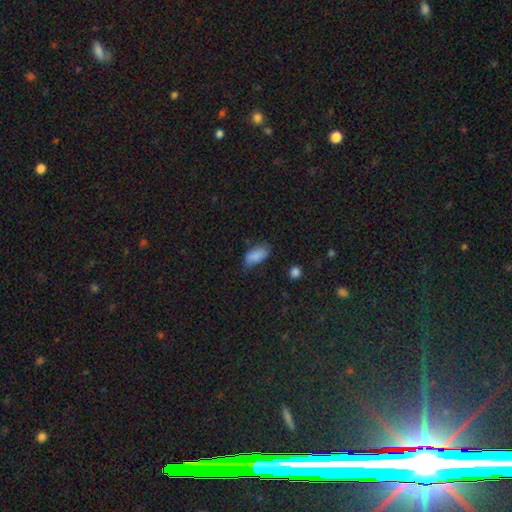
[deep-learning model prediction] Smooth or featured? Predicted: smooth (p=0.85). How rounded? Predicted: in between (p=0.91). Merging? Predicted: none (p=0.61).